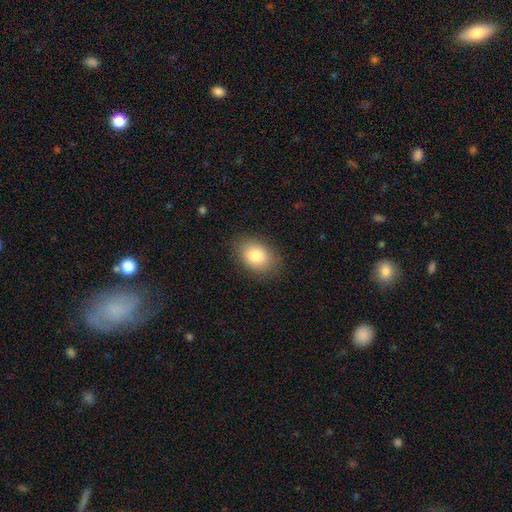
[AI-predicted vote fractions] The model was most divided on "how rounded": in between: 78%, round: 21%, cigar-shaped: 1%. More confident: merging — none (83%); smooth or featured — smooth (83%).